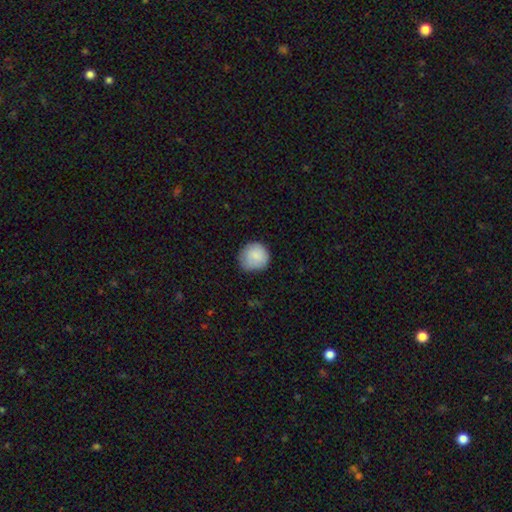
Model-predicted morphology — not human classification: This is clearly a smooth galaxy (86%). How rounded: clearly round (90%). Merging: likely none (74%).